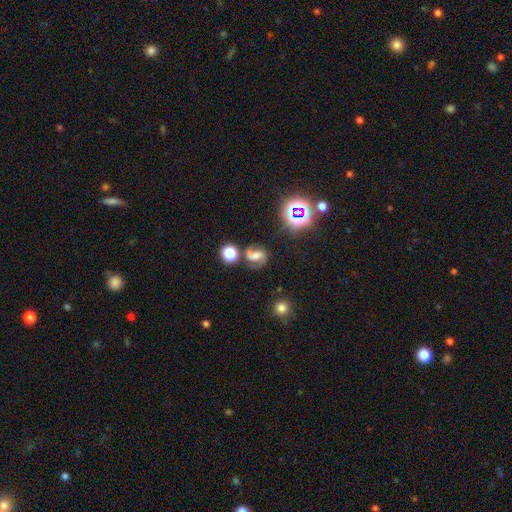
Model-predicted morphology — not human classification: Overall: featured or disk (70%). Edge-on disk: no (98%). Bar: weak (41%; strong 34%). Spiral arms: yes (94%). Spiral arm count: 2 (90%). Spiral winding: medium (53%; loose 31%). Bulge size: moderate (38%; small 26%). Merging: none (67%).